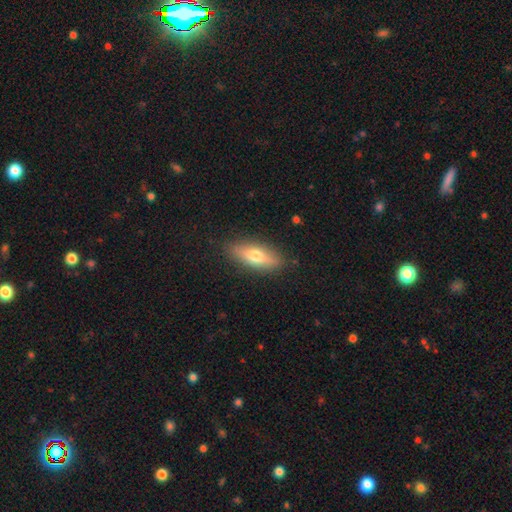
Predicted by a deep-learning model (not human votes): smooth_or_featured: smooth (p=0.67) [alt: featured or disk p=0.27]
how_rounded: in between (p=0.66) [alt: cigar-shaped p=0.31]
merging: none (p=0.86) [alt: minor disturbance p=0.11]